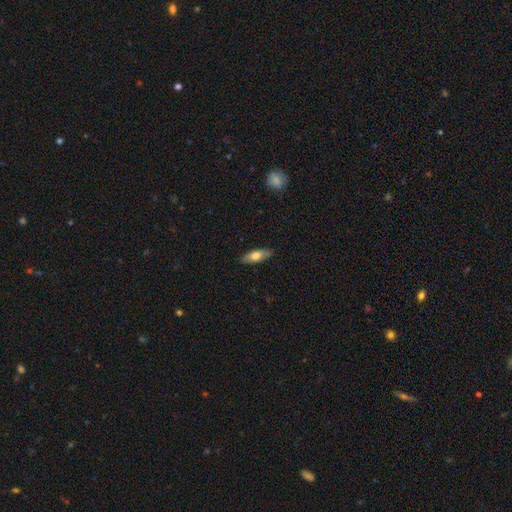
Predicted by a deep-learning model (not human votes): A smooth galaxy with no disk features (67%) that is in between round and cigar-shaped (67%). Merging: none (85%).